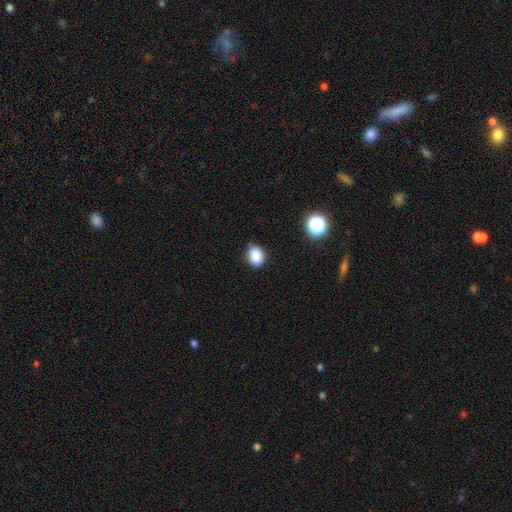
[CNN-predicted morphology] The model was most divided on "how rounded": in between: 56%, round: 42%, cigar-shaped: 1%. More confident: smooth or featured — smooth (86%); merging — none (83%).